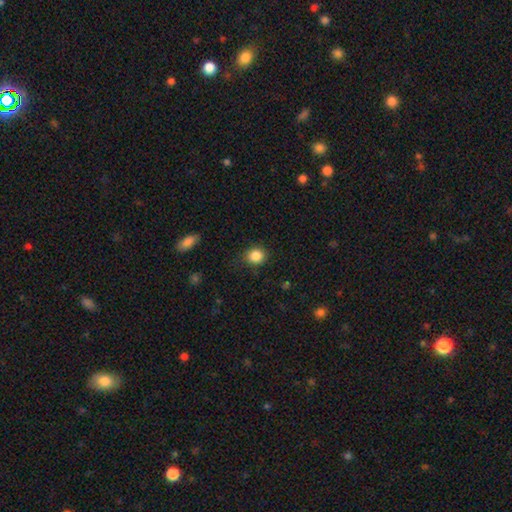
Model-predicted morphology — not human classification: Smooth or featured? smooth (86%)
How rounded? round (80%)
Merging? none (84%)